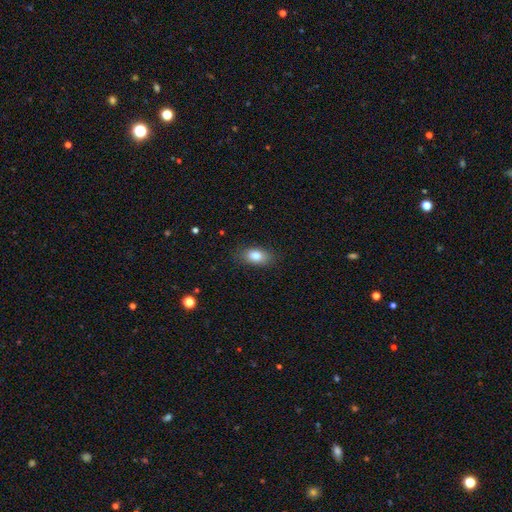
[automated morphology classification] smooth_or_featured: smooth (p=0.83) [alt: featured or disk p=0.09]
how_rounded: in between (p=0.88) [alt: round p=0.09]
merging: none (p=0.84) [alt: minor disturbance p=0.12]